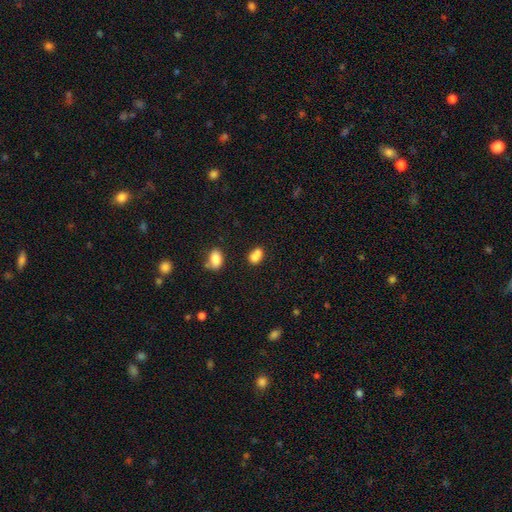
Smooth or featured? 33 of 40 (82%) said smooth. How rounded? 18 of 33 (55%) said in between. Merging? 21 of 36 (58%) said merger.